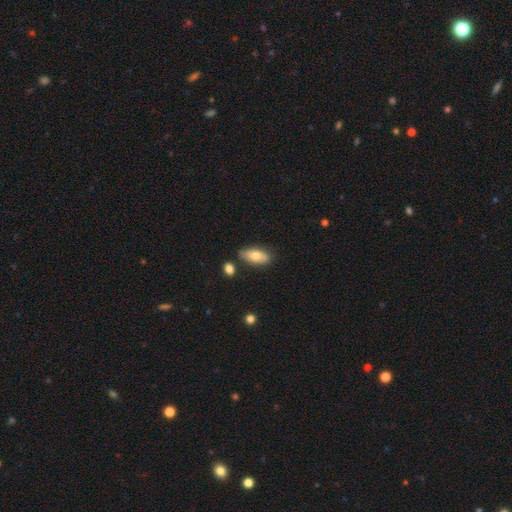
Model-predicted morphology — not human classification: Overall: smooth (73%). How rounded: in between (87%). Merging: none (74%).